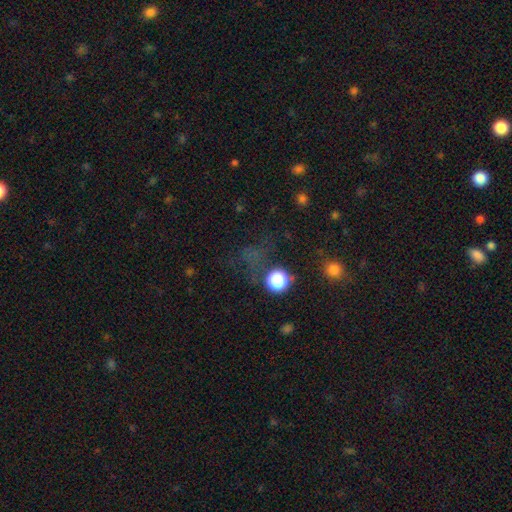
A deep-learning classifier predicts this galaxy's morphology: This is possibly a star or artifact rather than a galaxy (47%).